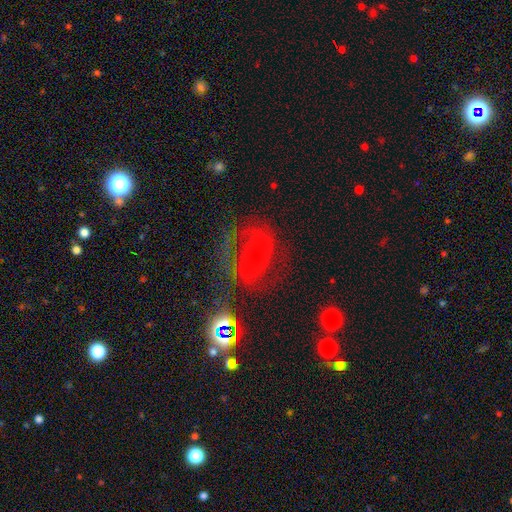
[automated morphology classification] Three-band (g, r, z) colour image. It shows a featured or disk galaxy (64%) with a strong bar (41%), spiral arms (64%) and a small central bulge (64%). Merging: none (58%).